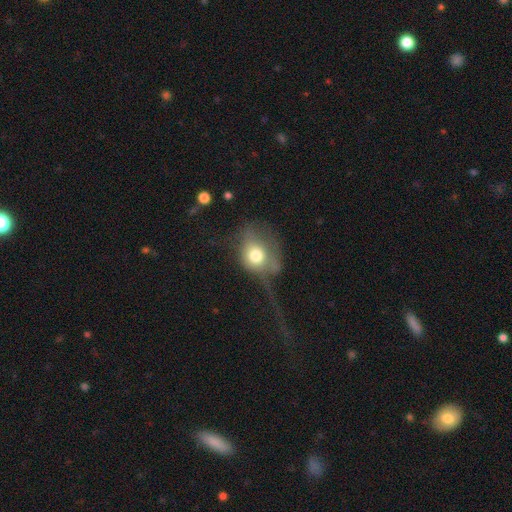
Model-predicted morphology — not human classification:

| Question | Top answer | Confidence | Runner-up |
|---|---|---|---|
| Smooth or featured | smooth | 67% | featured or disk (24%) |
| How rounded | round | 55% | in between (44%) |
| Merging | major disturbance | 54% | none (22%) |